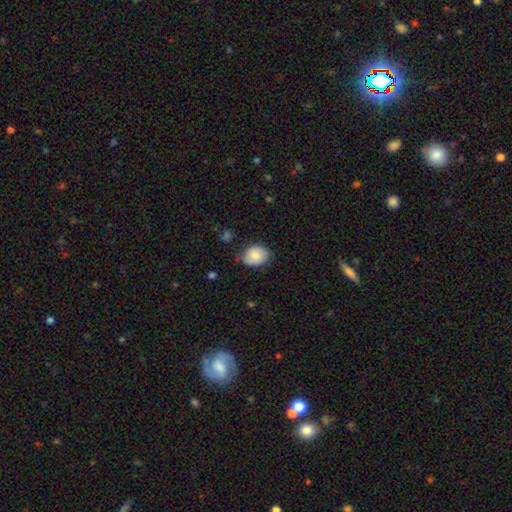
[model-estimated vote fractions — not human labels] smooth 76%, featured or disk 16%, star or artifact 7%. Down the decision tree: how rounded — in between (58%); merging — none (69%).